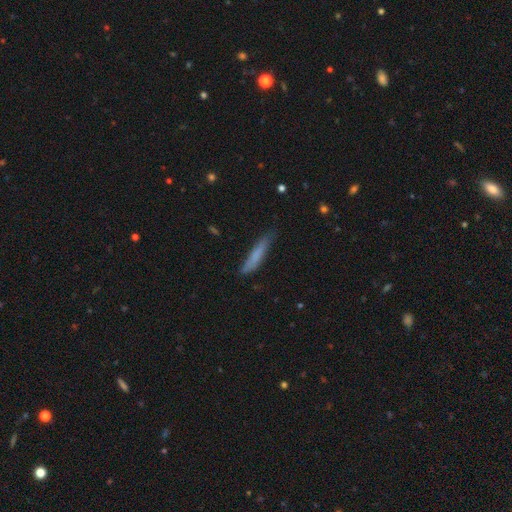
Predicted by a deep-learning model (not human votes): Q: Smooth or featured?
A: smooth (73%); runner-up: featured or disk (21%)
Q: How rounded?
A: cigar-shaped (92%); runner-up: in between (7%)
Q: Merging?
A: none (74%); runner-up: minor disturbance (20%)